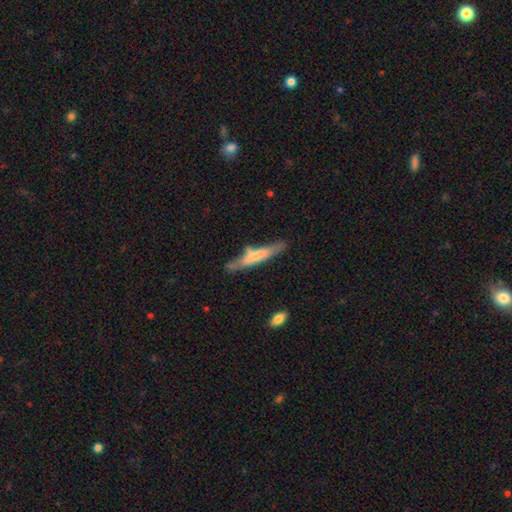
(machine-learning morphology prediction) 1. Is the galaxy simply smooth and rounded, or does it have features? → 55% smooth, 39% featured or disk, 6% star or artifact.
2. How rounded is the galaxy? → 87% cigar-shaped, 11% in between, 1% round.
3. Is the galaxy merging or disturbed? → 60% none, 25% minor disturbance, 8% major disturbance, 8% merger.